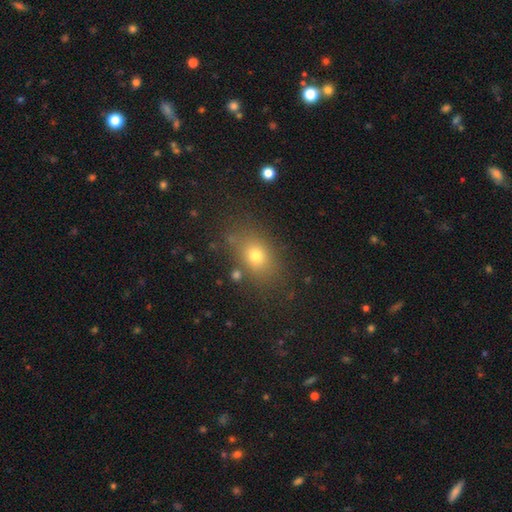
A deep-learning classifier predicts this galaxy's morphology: Smooth or featured? smooth (71%)
How rounded? in between (67%)
Merging? none (80%)